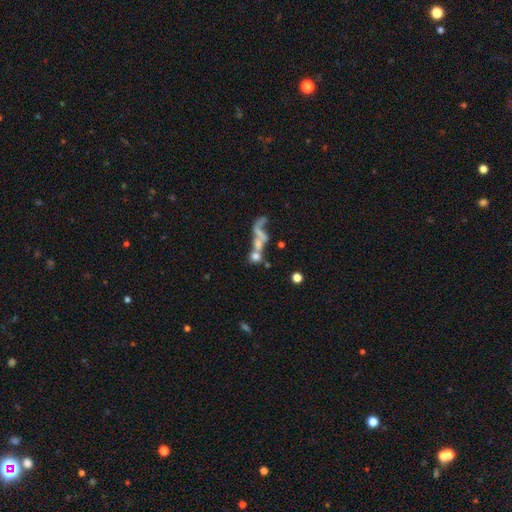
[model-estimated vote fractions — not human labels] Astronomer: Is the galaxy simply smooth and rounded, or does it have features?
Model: smooth — 52% (runner-up: featured or disk, 34%).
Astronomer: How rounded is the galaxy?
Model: round — 49% (runner-up: in between, 38%).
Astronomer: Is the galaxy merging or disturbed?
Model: merger — 57%.